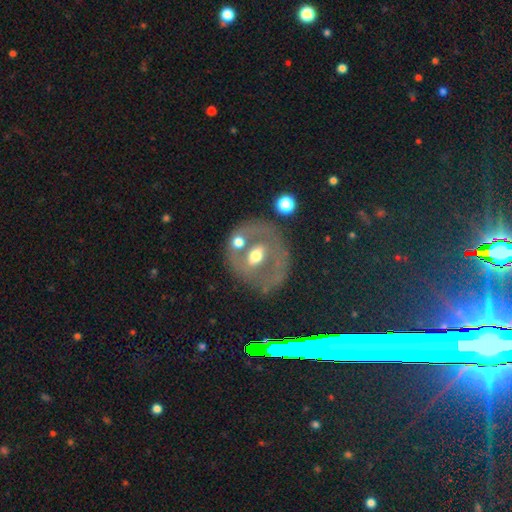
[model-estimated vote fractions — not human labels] Smooth or featured: featured or disk — 61% (smooth — 31%)
Edge-on disk: no — 92% (yes — 8%)
Bar: no — 43% (weak — 34%)
Spiral arms: no — 82% (yes — 18%)
Bulge size: moderate — 73% (small — 13%)
Merging: none — 62% (minor disturbance — 16%)